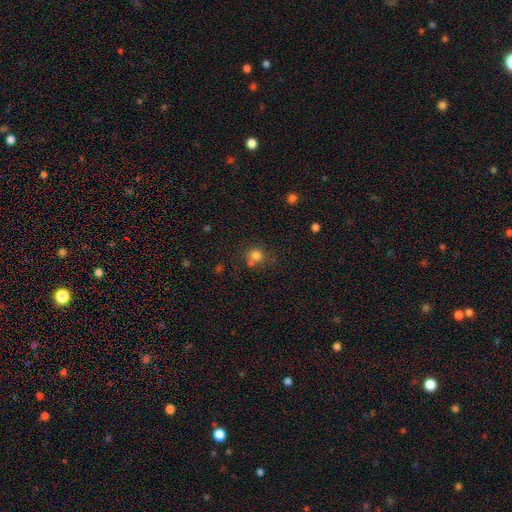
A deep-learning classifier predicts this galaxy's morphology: smooth 78%, star or artifact 15%, featured or disk 8%. Down the decision tree: how rounded — round (87%); merging — none (60%).